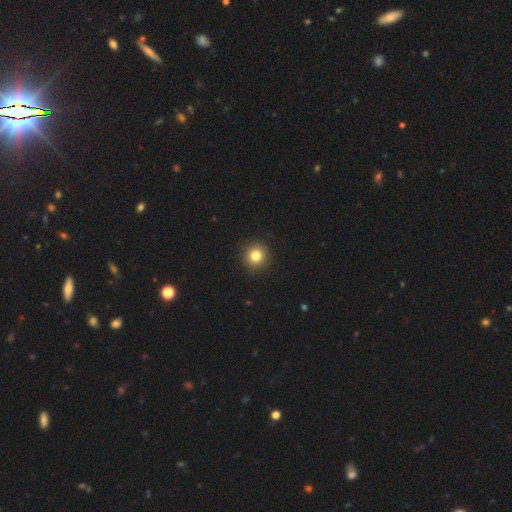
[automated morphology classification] Q: Smooth or featured?
A: smooth (82%); runner-up: star or artifact (11%)
Q: How rounded?
A: round (94%); runner-up: in between (5%)
Q: Merging?
A: none (92%); runner-up: minor disturbance (5%)